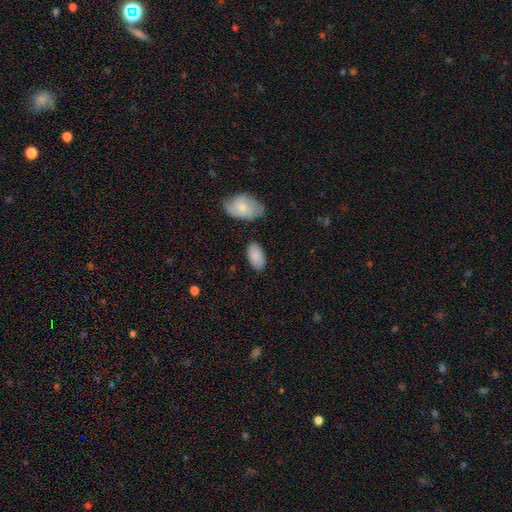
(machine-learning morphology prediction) Q: Smooth or featured?
A: smooth (86%); runner-up: featured or disk (9%)
Q: How rounded?
A: in between (95%); runner-up: round (3%)
Q: Merging?
A: none (77%); runner-up: minor disturbance (15%)